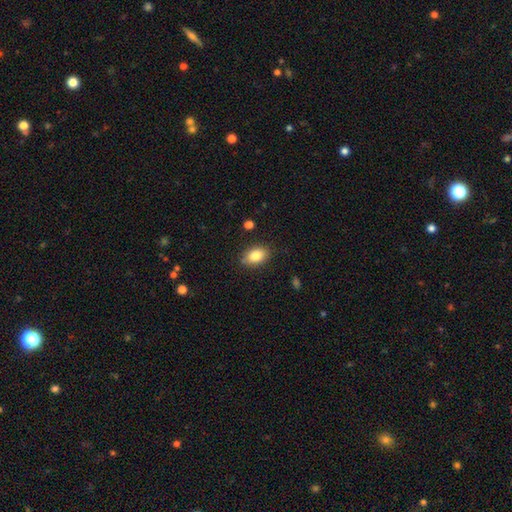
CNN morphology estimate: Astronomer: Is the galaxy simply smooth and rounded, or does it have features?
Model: smooth — 84%.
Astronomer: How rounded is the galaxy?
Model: in between — 86%.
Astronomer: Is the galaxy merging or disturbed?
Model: none — 84%.